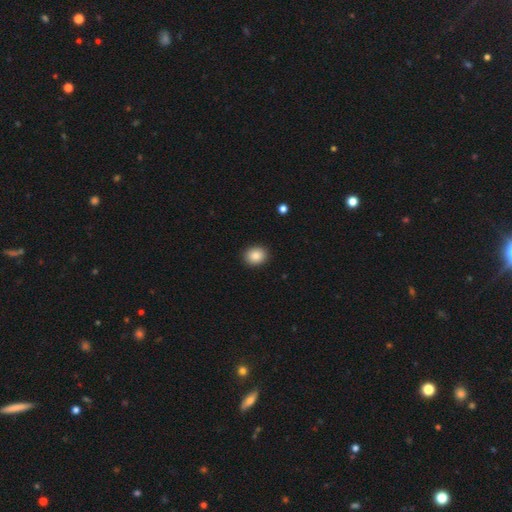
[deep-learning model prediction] A smooth galaxy with no disk features (86%) that is round (59%). Merging: none (91%).